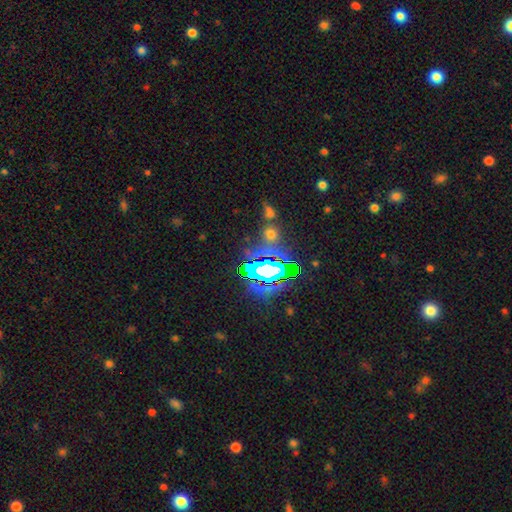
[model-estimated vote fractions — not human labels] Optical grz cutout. It shows a star or artifact, not a galaxy (80%).